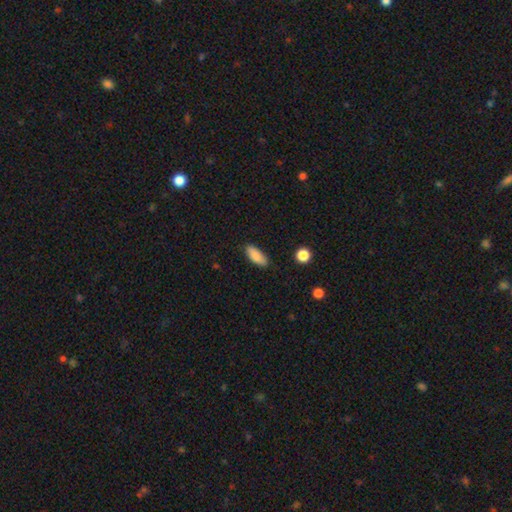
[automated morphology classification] Q: Smooth or featured?
A: smooth (86%); runner-up: featured or disk (7%)
Q: How rounded?
A: in between (80%); runner-up: cigar-shaped (18%)
Q: Merging?
A: none (84%); runner-up: minor disturbance (12%)